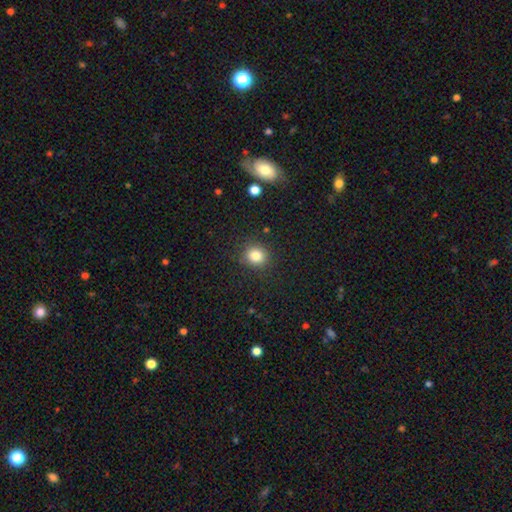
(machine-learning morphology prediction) type=smooth (83%); roundness=round (82%); merging=none (87%).